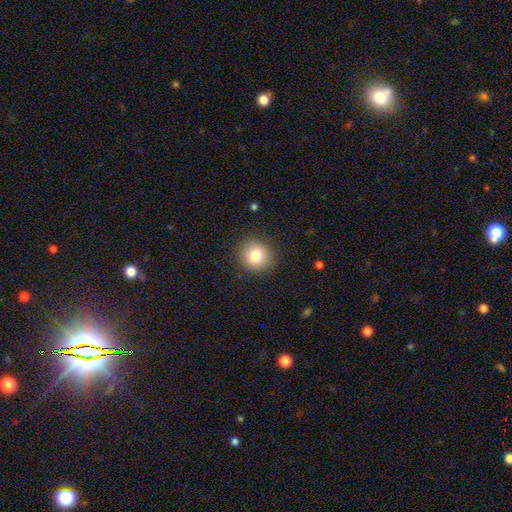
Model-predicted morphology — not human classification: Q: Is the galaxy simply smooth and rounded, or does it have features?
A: smooth — 81%.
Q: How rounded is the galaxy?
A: round — 90%.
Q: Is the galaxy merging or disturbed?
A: none — 89%.